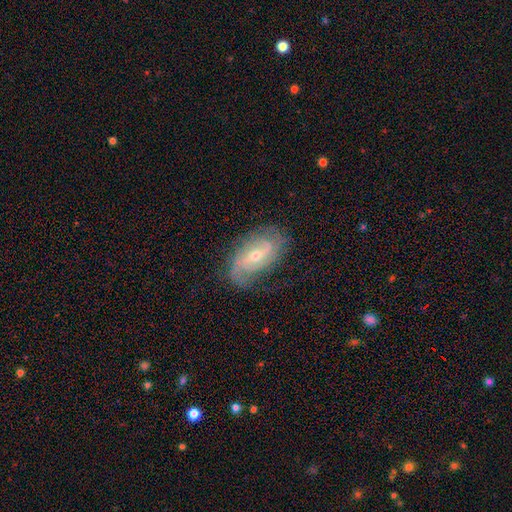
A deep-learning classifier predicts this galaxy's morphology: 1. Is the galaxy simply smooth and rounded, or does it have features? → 80% featured or disk, 13% smooth, 6% star or artifact.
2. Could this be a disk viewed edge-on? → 94% no, 6% yes.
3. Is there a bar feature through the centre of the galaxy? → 45% weak, 40% no, 16% strong.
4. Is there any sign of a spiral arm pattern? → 92% yes, 8% no.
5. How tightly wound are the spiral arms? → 41% medium, 34% tight, 25% loose.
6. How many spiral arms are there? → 58% 2, 22% can't tell, 9% 3, 5% 1, 3% 4, 3% more than 4.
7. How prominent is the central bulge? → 55% small, 42% moderate, 1% large, 1% none, 1% dominant.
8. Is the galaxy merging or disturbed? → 72% none, 20% minor disturbance, 7% major disturbance, 1% merger.